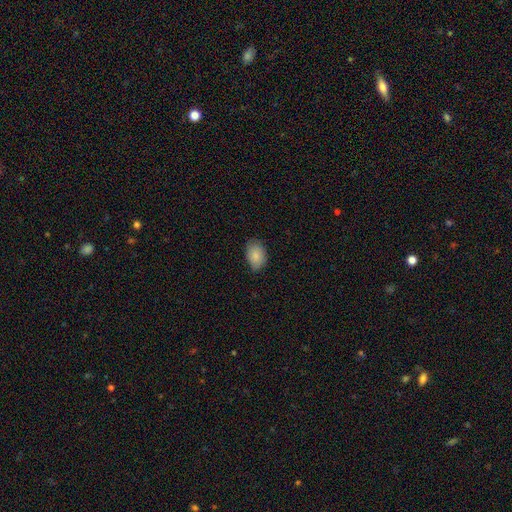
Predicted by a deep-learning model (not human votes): Morphology: type=smooth (87%); roundness=in between (84%); merging=none (79%).